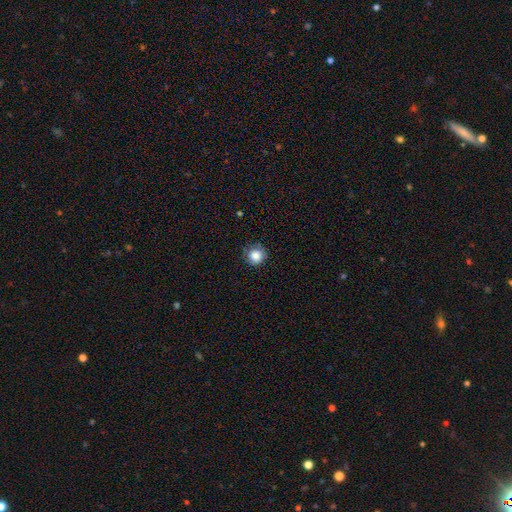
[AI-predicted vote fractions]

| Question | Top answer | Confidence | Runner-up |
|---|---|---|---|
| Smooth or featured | smooth | 84% | star or artifact (10%) |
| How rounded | round | 93% | in between (6%) |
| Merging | none | 81% | minor disturbance (14%) |